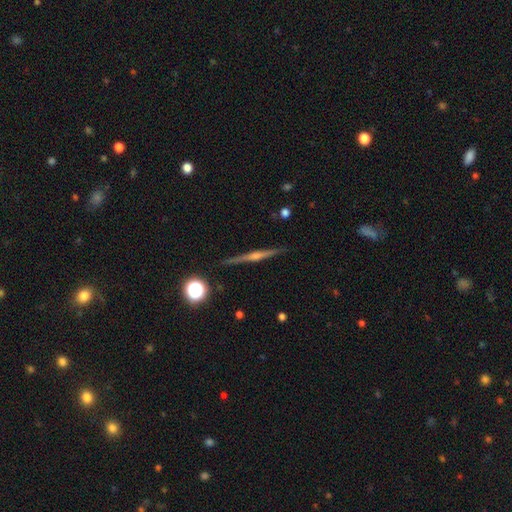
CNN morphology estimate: This appears to be a featured or disk galaxy (81%) viewed edge-on (98%) with a rounded central bulge (81%). Merging: none (91%).